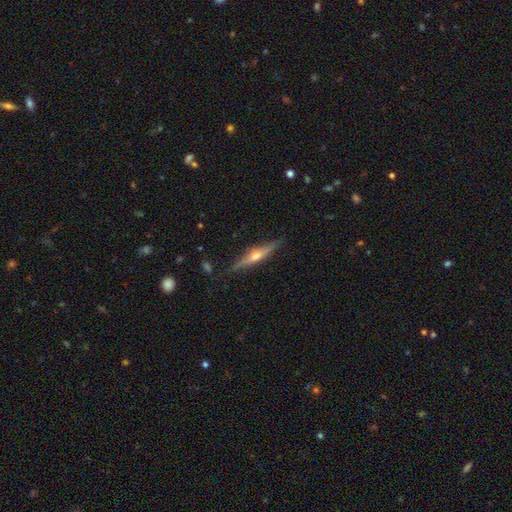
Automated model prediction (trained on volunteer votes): featured or disk 75%, smooth 19%, star or artifact 6%. Down the decision tree: edge-on disk — yes (97%); edge-on bulge — rounded (91%); merging — none (88%).